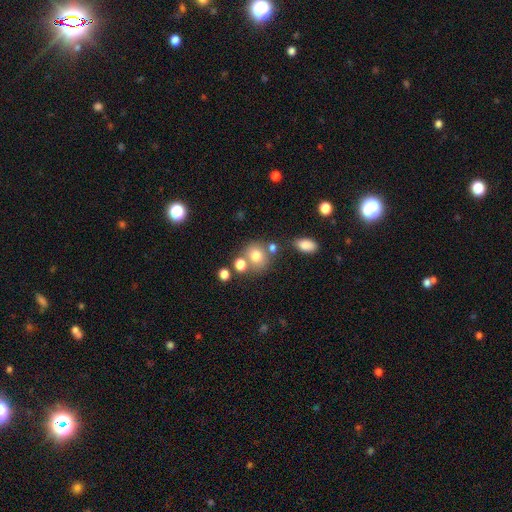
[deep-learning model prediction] Smooth or featured?
  - smooth: 75% *
  - star or artifact: 13%
  - featured or disk: 12%
How rounded?
  - round: 78% *
  - in between: 21%
  - cigar-shaped: 1%
Merging?
  - none: 61% *
  - merger: 22%
  - minor disturbance: 12%
  - major disturbance: 5%